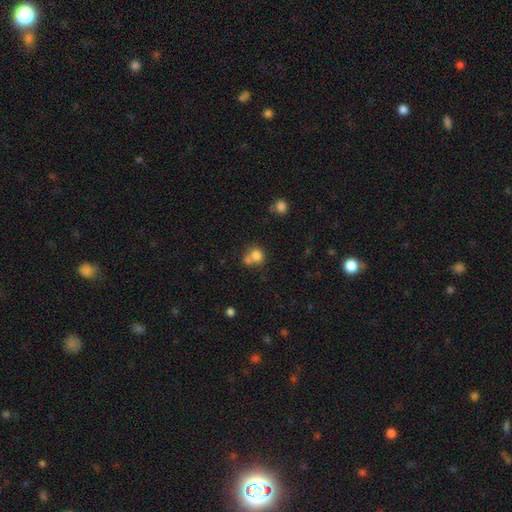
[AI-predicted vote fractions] A smooth galaxy with no disk features (78%) that is round (71%).

Vote fractions:
- Smooth or featured? smooth: 78% / star or artifact: 11% / featured or disk: 11%
- How rounded? round: 71% / in between: 28% / cigar-shaped: 1%
- Merging? merger: 45% / none: 40% / minor disturbance: 11% / major disturbance: 5%